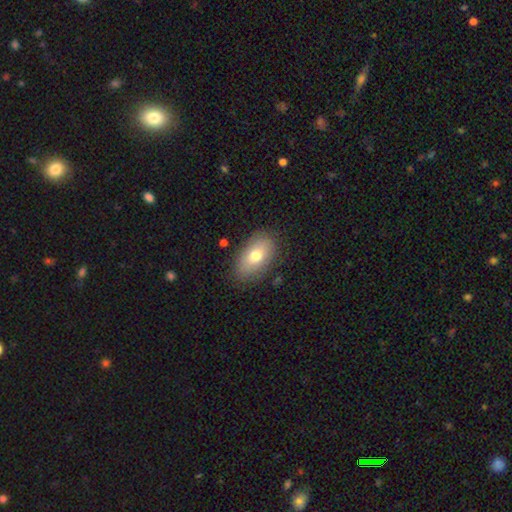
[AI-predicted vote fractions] Smooth or featured: smooth — 72% (featured or disk — 21%)
How rounded: in between — 91% (round — 7%)
Merging: none — 82% (minor disturbance — 13%)